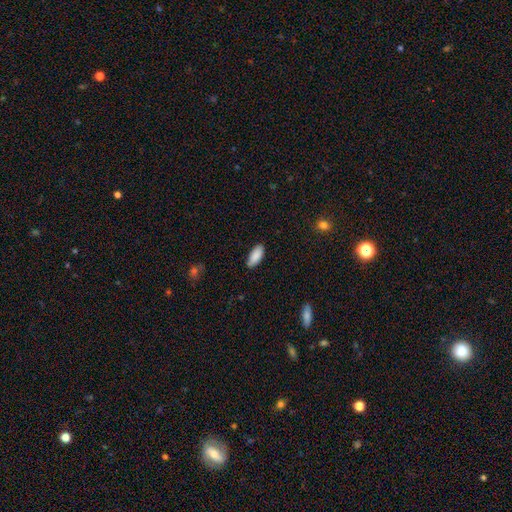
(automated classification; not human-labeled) A smooth galaxy with no disk features (89%) that is in between round and cigar-shaped (88%). Merging: none (84%).